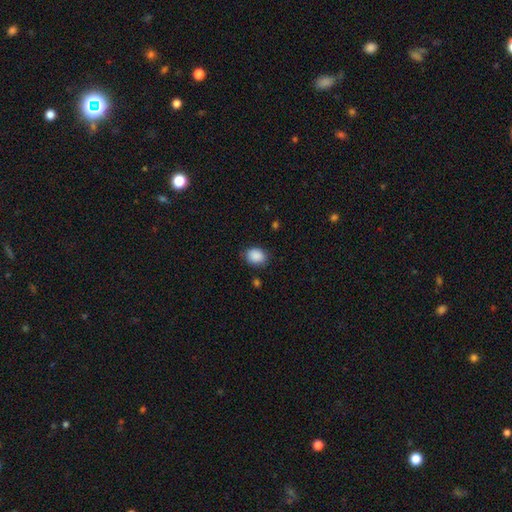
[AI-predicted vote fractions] Smooth or featured? smooth (89%)
How rounded? in between (55%)
Merging? none (81%)